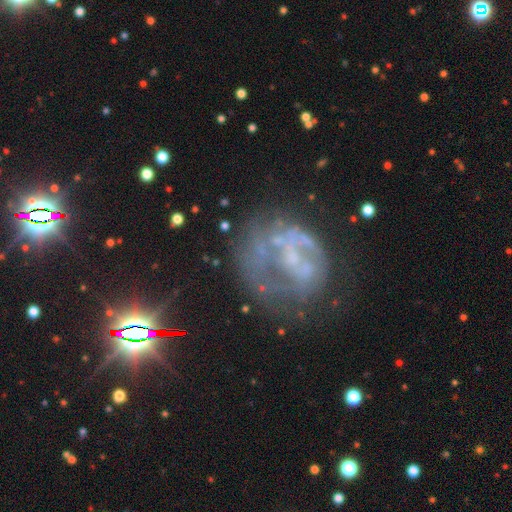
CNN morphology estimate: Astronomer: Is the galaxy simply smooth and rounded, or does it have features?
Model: featured or disk — 67%.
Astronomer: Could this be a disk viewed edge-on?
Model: no — 98%.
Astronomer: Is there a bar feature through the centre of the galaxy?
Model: no — 72%.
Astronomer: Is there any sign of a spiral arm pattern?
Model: no — 60% (runner-up: yes, 40%).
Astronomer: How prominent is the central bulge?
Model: none — 54%.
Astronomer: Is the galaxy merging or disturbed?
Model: none — 42% (runner-up: major disturbance, 32%).